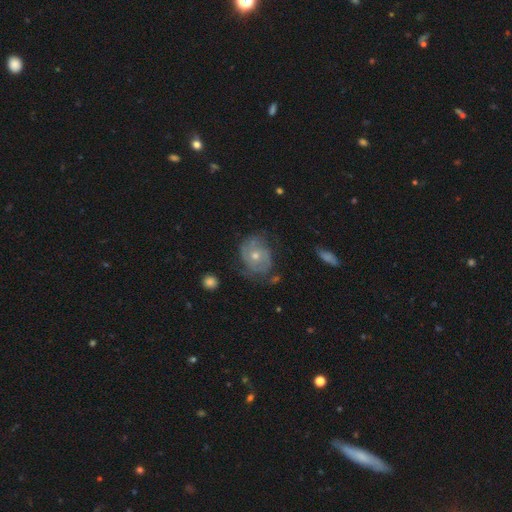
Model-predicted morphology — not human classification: Smooth or featured?
  - featured or disk: 70% *
  - smooth: 23%
  - star or artifact: 8%
Edge-on disk?
  - no: 97% *
  - yes: 3%
Bar?
  - no: 81% *
  - weak: 16%
  - strong: 3%
Spiral arms?
  - yes: 82% *
  - no: 18%
Spiral winding?
  - tight: 54% *
  - medium: 33%
  - loose: 13%
Spiral arm count?
  - 2: 40% *
  - can't tell: 35%
  - 3: 14%
  - 1: 5%
  - 4: 4%
  - more than 4: 3%
Bulge size?
  - moderate: 54% *
  - small: 42%
  - large: 2%
  - none: 1%
  - dominant: 1%
Merging?
  - none: 61% *
  - minor disturbance: 25%
  - major disturbance: 12%
  - merger: 2%